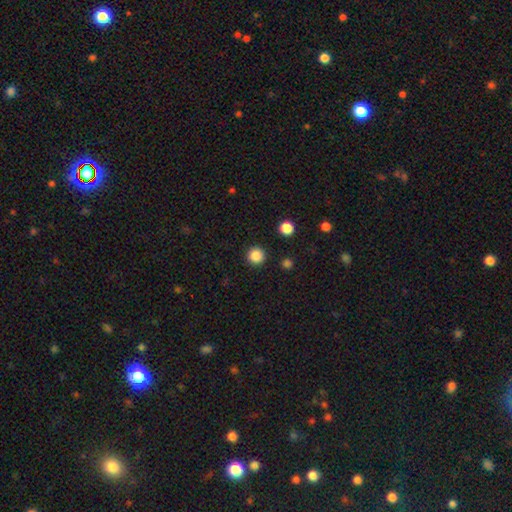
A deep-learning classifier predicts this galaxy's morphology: Smooth or featured? smooth (86%)
How rounded? round (96%)
Merging? none (92%)